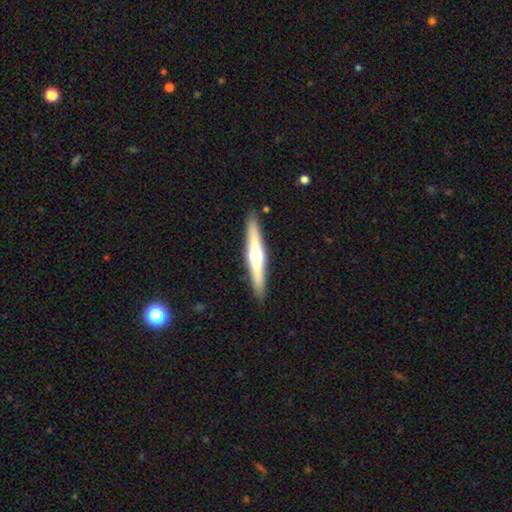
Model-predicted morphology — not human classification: Smooth or featured? featured or disk (62%)
Edge-on disk? yes (97%)
Edge-on bulge? rounded (91%)
Merging? none (91%)